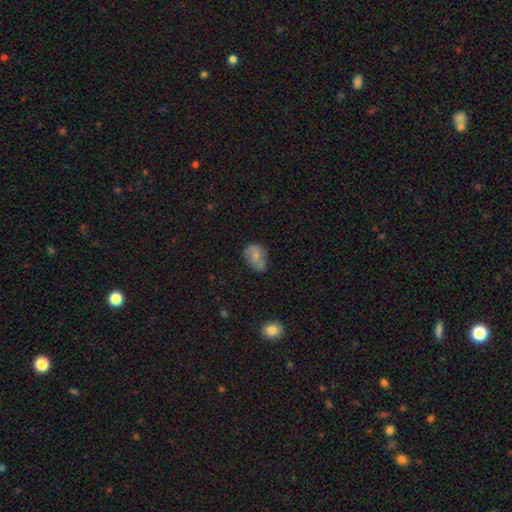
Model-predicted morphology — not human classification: Smooth or featured: smooth — 67% (featured or disk — 24%)
How rounded: in between — 76% (round — 22%)
Merging: none — 60% (minor disturbance — 28%)